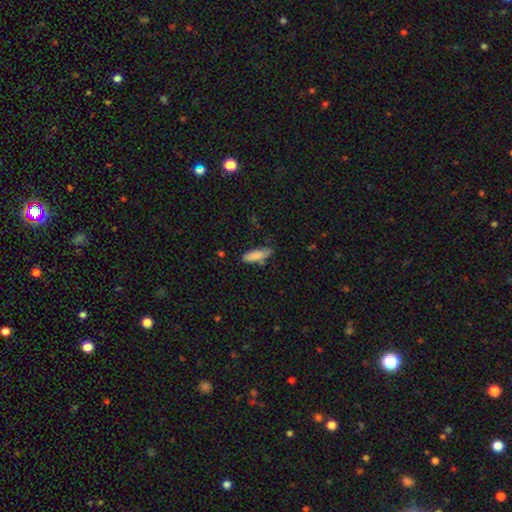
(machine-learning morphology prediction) Smooth or featured? Predicted: smooth (p=0.86). How rounded? Predicted: in between (p=0.52). Merging? Predicted: none (p=0.70).